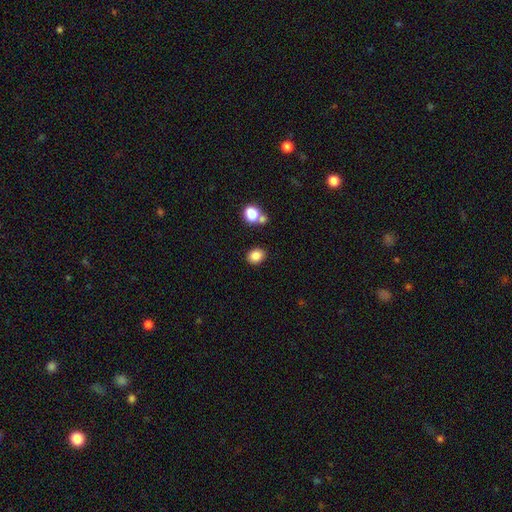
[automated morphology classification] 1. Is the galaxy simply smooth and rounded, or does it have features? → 85% smooth, 11% star or artifact, 4% featured or disk.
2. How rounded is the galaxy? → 54% round, 45% in between, 1% cigar-shaped.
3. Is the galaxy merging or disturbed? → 83% none, 9% minor disturbance, 5% merger, 3% major disturbance.